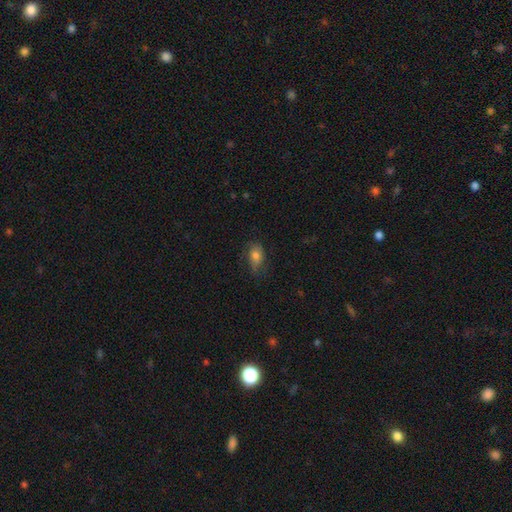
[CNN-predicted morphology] Overall: smooth (75%). How rounded: in between (80%). Merging: none (61%; minor disturbance 27%).